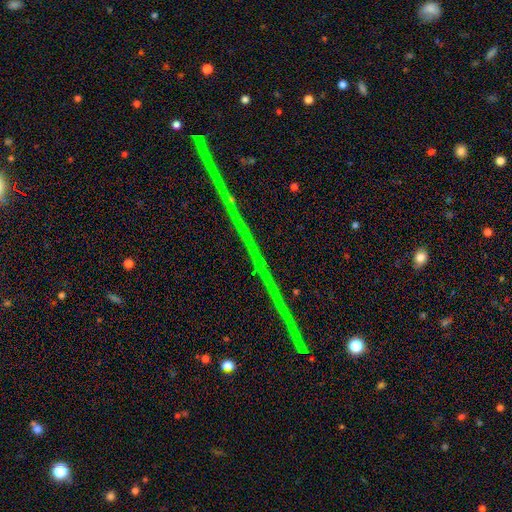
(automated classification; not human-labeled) smooth-or-featured: star or artifact: 83% | featured or disk: 11% | smooth: 6%